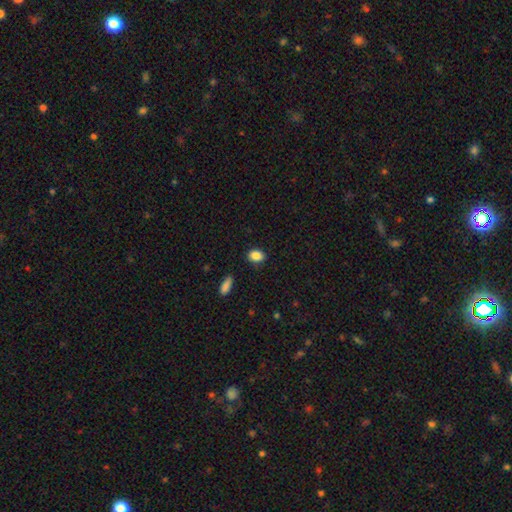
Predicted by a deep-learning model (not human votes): This is clearly a smooth galaxy (87%). How rounded: likely in between (74%). Merging: clearly none (86%).